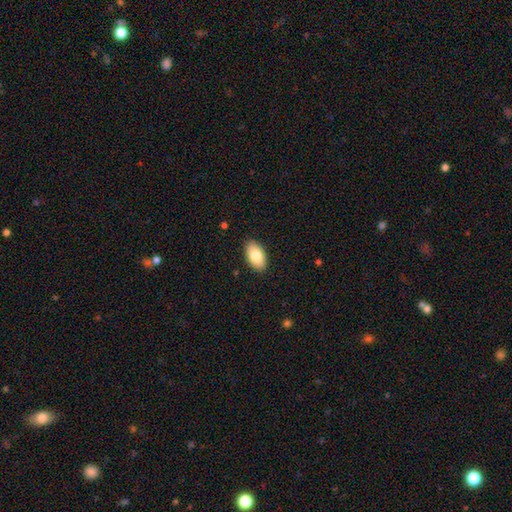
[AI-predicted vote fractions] Smooth or featured?
  - smooth: 80% *
  - featured or disk: 13%
  - star or artifact: 6%
How rounded?
  - in between: 95% *
  - round: 3%
  - cigar-shaped: 2%
Merging?
  - none: 89% *
  - minor disturbance: 8%
  - major disturbance: 2%
  - merger: 1%